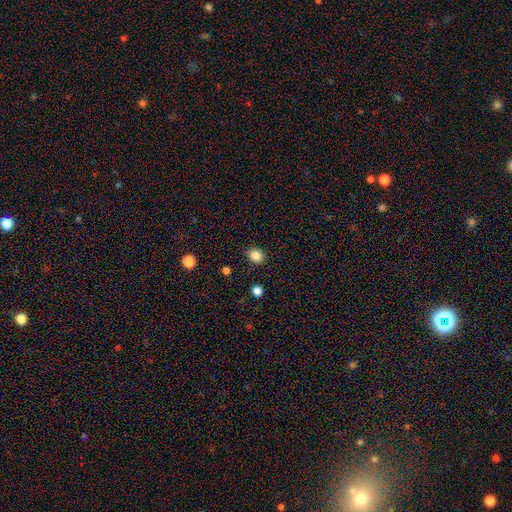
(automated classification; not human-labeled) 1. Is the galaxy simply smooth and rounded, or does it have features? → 85% smooth, 11% star or artifact, 4% featured or disk.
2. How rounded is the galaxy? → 73% round, 26% in between, 1% cigar-shaped.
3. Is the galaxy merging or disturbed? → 87% none, 9% minor disturbance, 2% major disturbance, 1% merger.